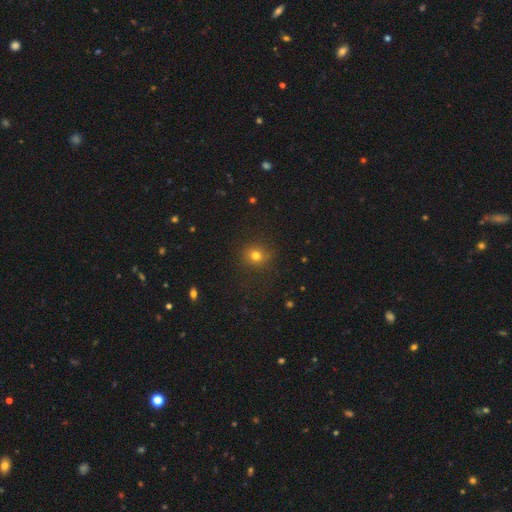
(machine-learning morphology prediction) The model was most divided on "smooth or featured": smooth: 75%, star or artifact: 18%, featured or disk: 7%. More confident: how rounded — round (87%); merging — none (87%).